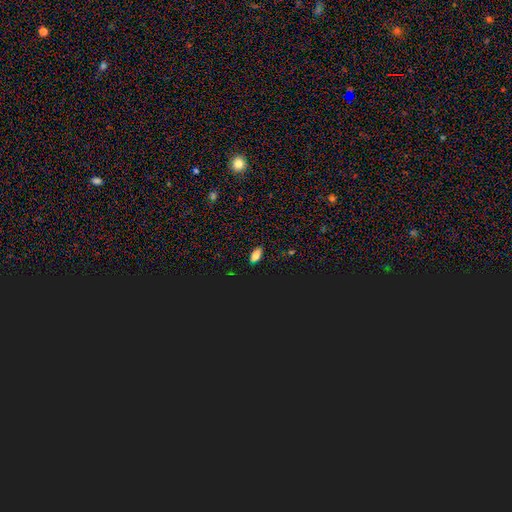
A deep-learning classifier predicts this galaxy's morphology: Smooth or featured: smooth — 71% (star or artifact — 21%)
How rounded: in between — 90% (round — 5%)
Merging: none — 87% (minor disturbance — 9%)